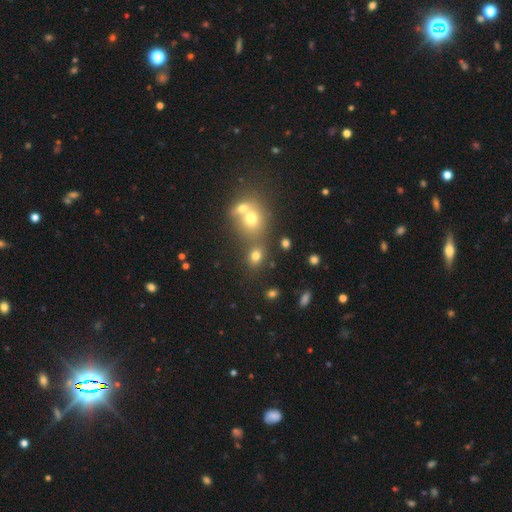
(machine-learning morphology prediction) smooth-or-featured: smooth: 72% | star or artifact: 18% | featured or disk: 10%
  how-rounded: round: 60% | in between: 38% | cigar-shaped: 2%
  merging: none: 52% | merger: 34% | minor disturbance: 9% | major disturbance: 5%